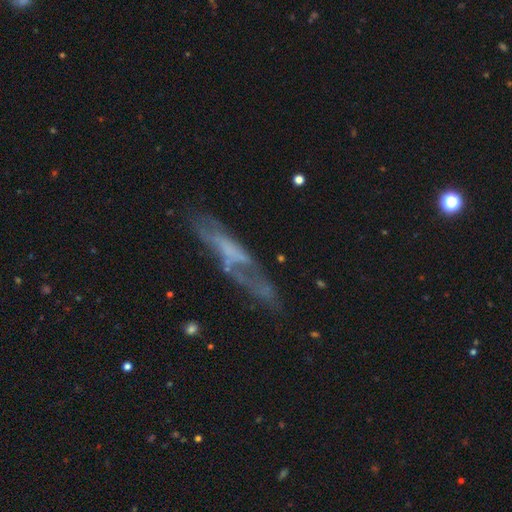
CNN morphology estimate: Overall: featured or disk (64%). Edge-on disk: yes (52%; no 48%). Merging: none (67%).